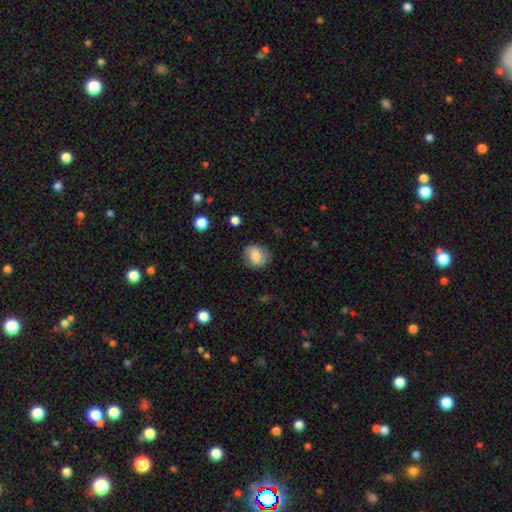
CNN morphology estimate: smooth 67%, featured or disk 25%, star or artifact 8%. Down the decision tree: how rounded — round (62%); merging — none (75%).